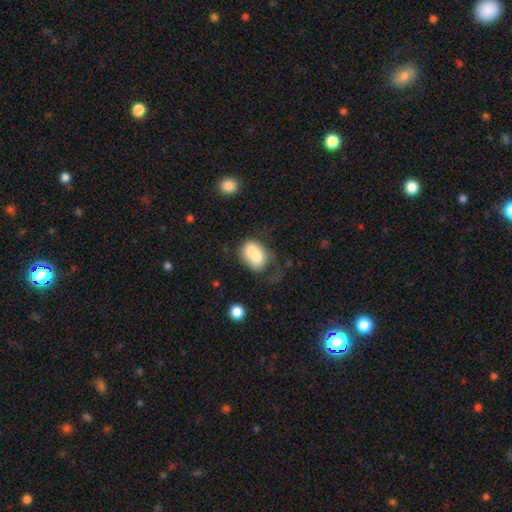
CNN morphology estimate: Smooth or featured?
  - smooth: 73% *
  - featured or disk: 20%
  - star or artifact: 8%
How rounded?
  - in between: 80% *
  - round: 18%
  - cigar-shaped: 1%
Merging?
  - none: 33% *
  - minor disturbance: 24%
  - major disturbance: 22%
  - merger: 20%